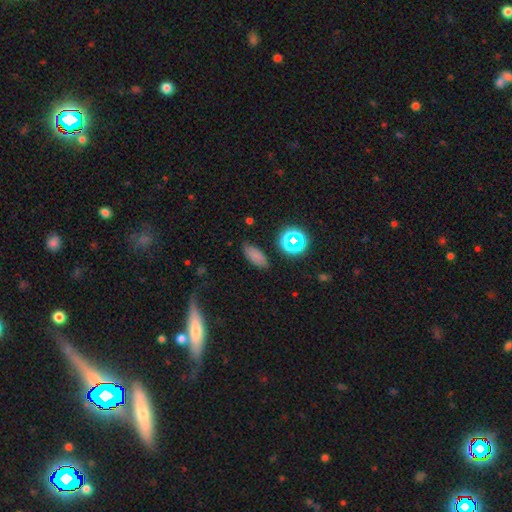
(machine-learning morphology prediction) A smooth galaxy with no disk features (73%) that is in between round and cigar-shaped (84%). Merging: none (79%).